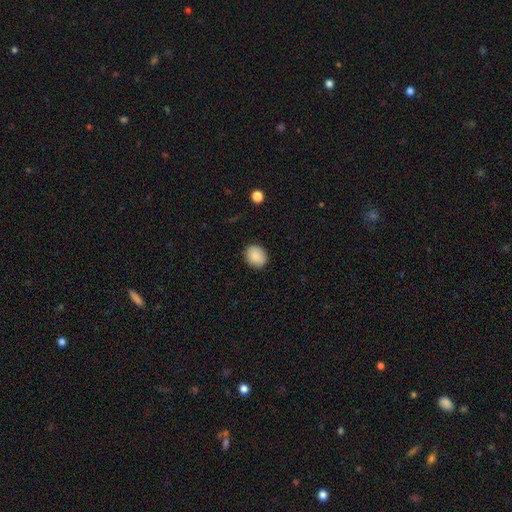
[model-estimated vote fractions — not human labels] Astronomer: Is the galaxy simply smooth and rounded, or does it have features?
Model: smooth — 88%.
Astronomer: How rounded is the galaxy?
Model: round — 63%.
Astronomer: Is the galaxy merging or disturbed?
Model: none — 88%.